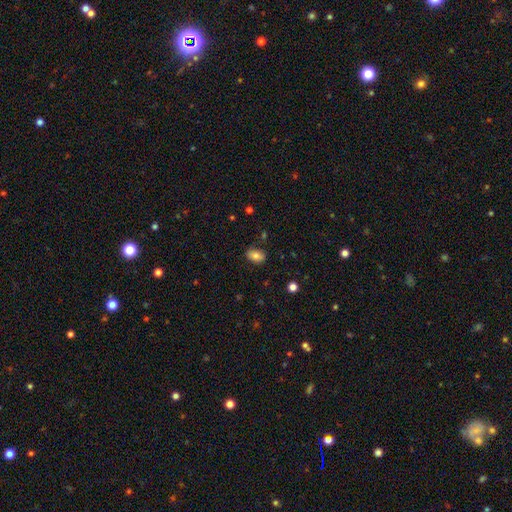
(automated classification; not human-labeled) Overall: smooth (79%). How rounded: in between (85%). Merging: none (80%).